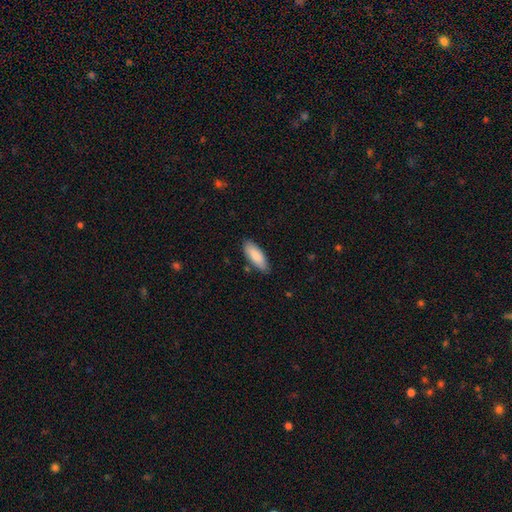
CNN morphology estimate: Smooth or featured: smooth — 88% (featured or disk — 7%)
How rounded: in between — 71% (cigar-shaped — 28%)
Merging: none — 81% (minor disturbance — 15%)